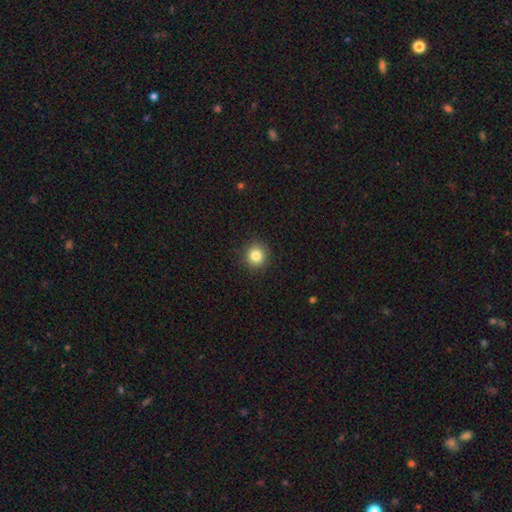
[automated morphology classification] A smooth galaxy with no disk features (83%) that is round (92%). Merging: none (91%).